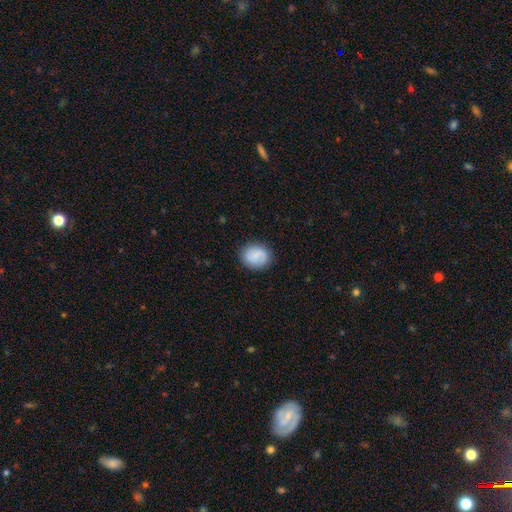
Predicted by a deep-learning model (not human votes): A smooth galaxy with no disk features (70%) that is round (65%).

Vote fractions:
- Smooth or featured? smooth: 70% / featured or disk: 23% / star or artifact: 7%
- How rounded? round: 65% / in between: 34% / cigar-shaped: 1%
- Merging? none: 86% / minor disturbance: 10% / major disturbance: 3% / merger: 1%